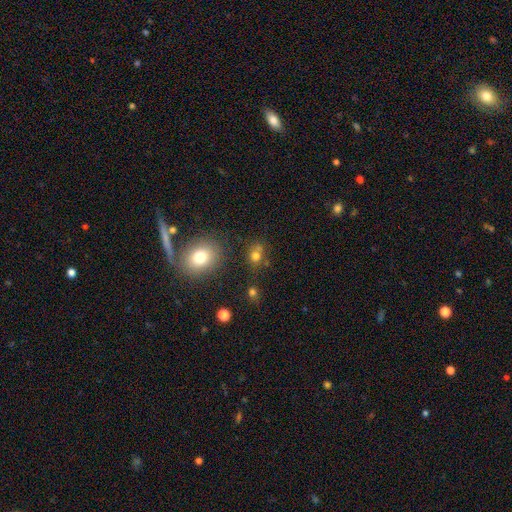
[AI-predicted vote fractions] Overall: smooth (73%). How rounded: round (63%; in between 36%). Merging: none (63%).